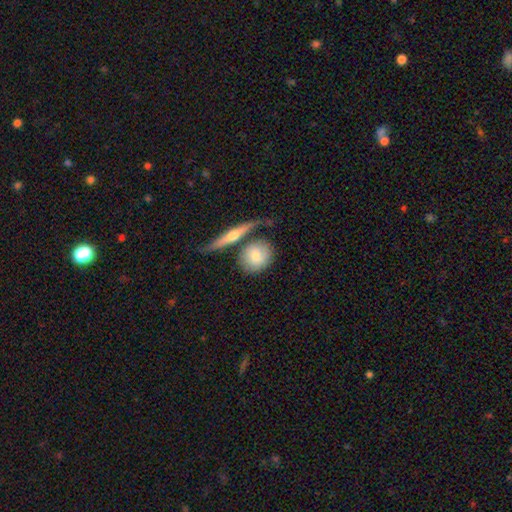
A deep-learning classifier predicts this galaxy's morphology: Smooth or featured? smooth (69%)
How rounded? round (72%)
Merging? none (58%)